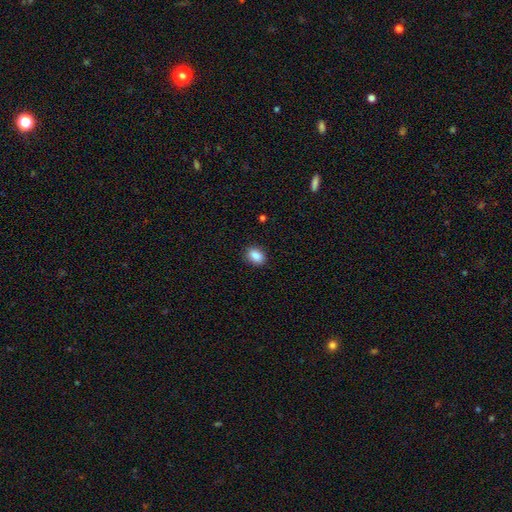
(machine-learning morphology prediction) The model was most divided on "how rounded": in between: 71%, round: 27%, cigar-shaped: 1%. More confident: merging — none (89%); smooth or featured — smooth (88%).